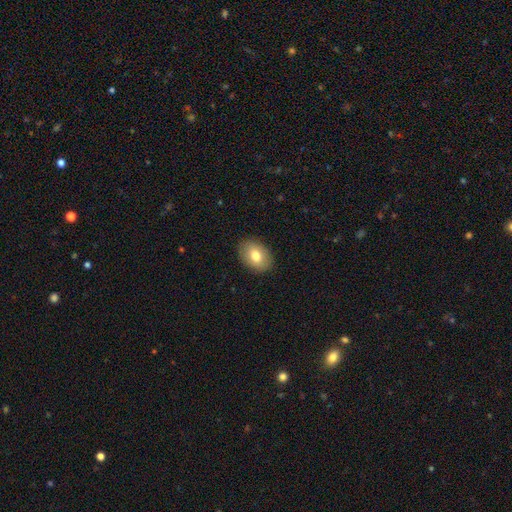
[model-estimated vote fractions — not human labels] This is likely a smooth galaxy (79%). How rounded: clearly in between (82%). Merging: clearly none (88%).